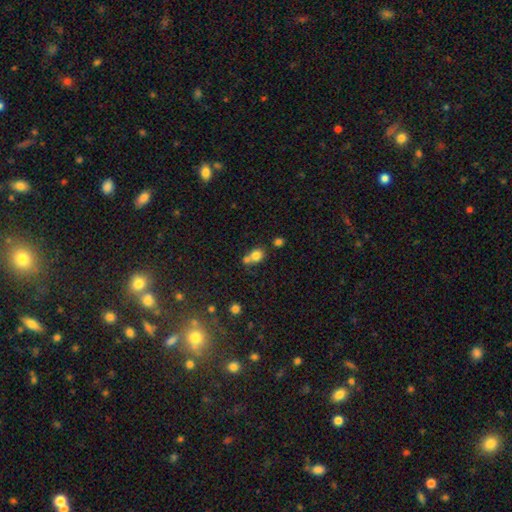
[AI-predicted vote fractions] smooth 78%, star or artifact 12%, featured or disk 10%. Down the decision tree: how rounded — round (71%); merging — none (45%).